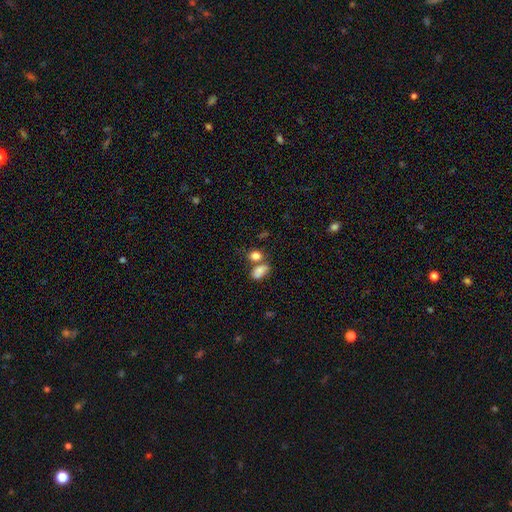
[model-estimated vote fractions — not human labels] smooth-or-featured: smooth: 81% | star or artifact: 11% | featured or disk: 8%
  how-rounded: in between: 69% | round: 29% | cigar-shaped: 2%
  merging: none: 43% | merger: 38% | minor disturbance: 13% | major disturbance: 6%